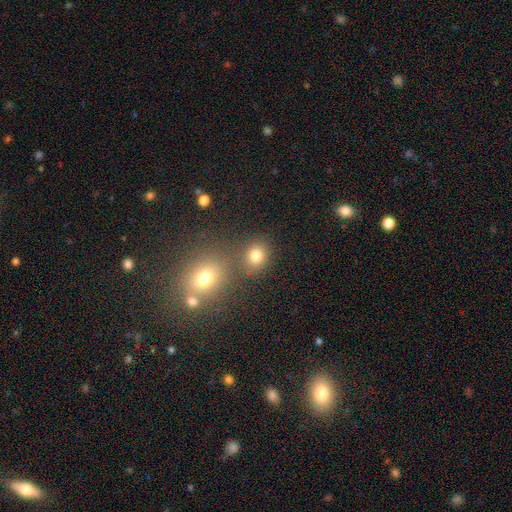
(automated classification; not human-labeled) A smooth galaxy with no disk features (77%) that is round (70%).

Vote fractions:
- Smooth or featured? smooth: 77% / star or artifact: 15% / featured or disk: 8%
- How rounded? round: 70% / in between: 29% / cigar-shaped: 1%
- Merging? none: 67% / merger: 19% / minor disturbance: 10% / major disturbance: 4%